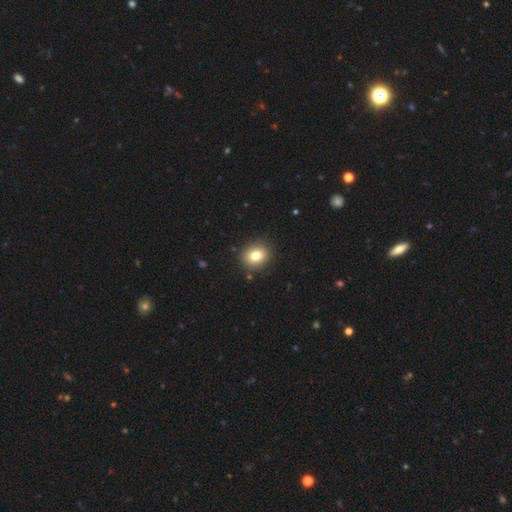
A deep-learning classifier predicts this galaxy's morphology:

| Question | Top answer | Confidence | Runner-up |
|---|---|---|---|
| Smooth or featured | smooth | 80% | star or artifact (11%) |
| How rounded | round | 63% | in between (36%) |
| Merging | none | 89% | minor disturbance (8%) |